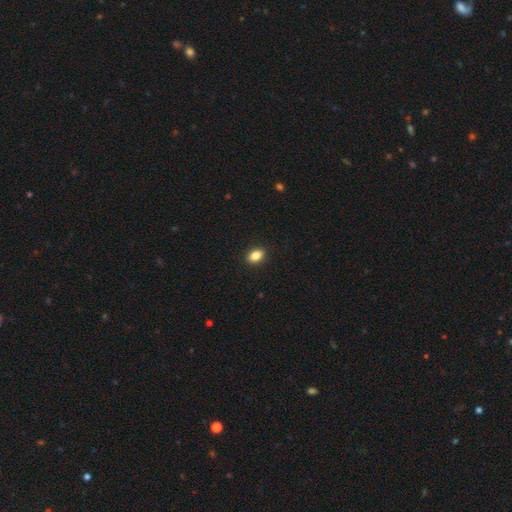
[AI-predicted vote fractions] smooth_or_featured: smooth (p=0.86) [alt: star or artifact p=0.09]
how_rounded: in between (p=0.81) [alt: round p=0.17]
merging: none (p=0.91) [alt: minor disturbance p=0.06]